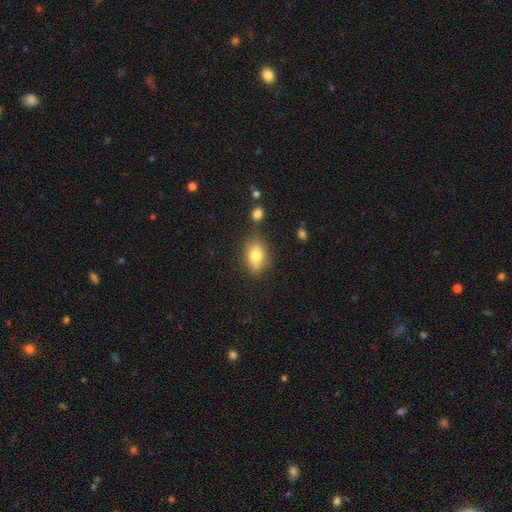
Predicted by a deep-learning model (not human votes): This is likely a smooth galaxy (75%). How rounded: likely in between (74%). Merging: likely none (68%).